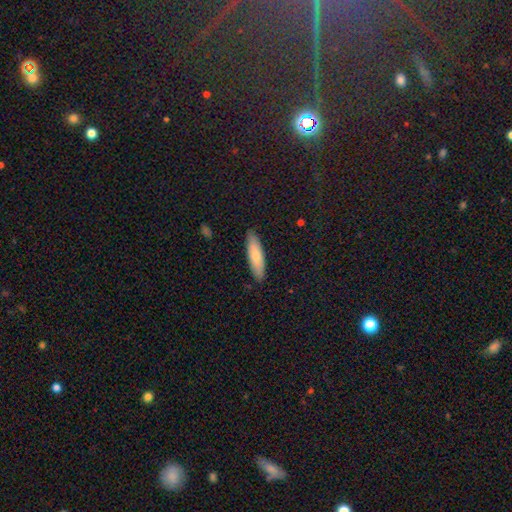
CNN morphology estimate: A smooth galaxy with no disk features (76%) that is cigar-shaped (65%). Merging: none (89%).